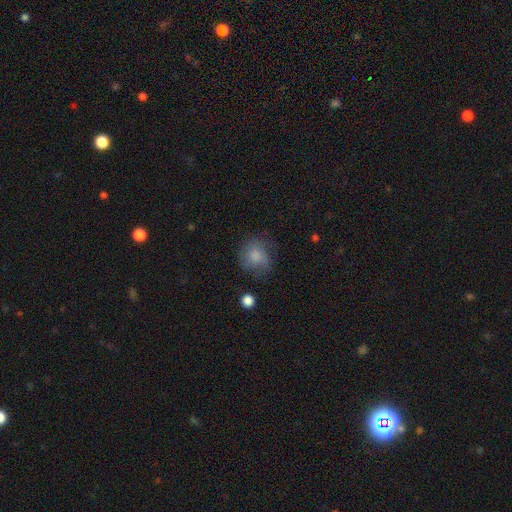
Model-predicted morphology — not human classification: A smooth galaxy with no disk features (74%) that is round (76%).

Vote fractions:
- Smooth or featured? smooth: 74% / featured or disk: 16% / star or artifact: 9%
- How rounded? round: 76% / in between: 23% / cigar-shaped: 1%
- Merging? none: 60% / minor disturbance: 24% / major disturbance: 14% / merger: 2%